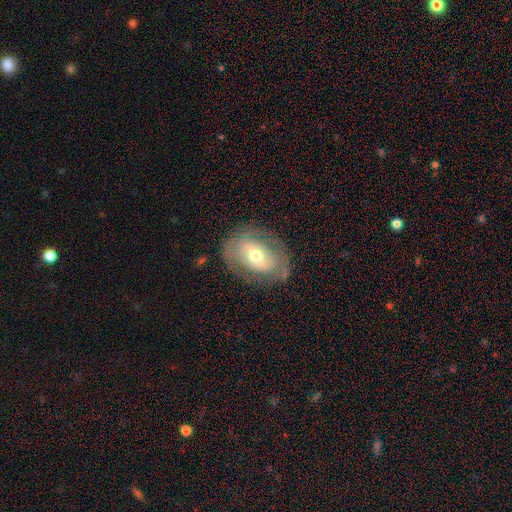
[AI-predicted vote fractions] Smooth or featured?
  - featured or disk: 63% *
  - smooth: 30%
  - star or artifact: 7%
Edge-on disk?
  - no: 93% *
  - yes: 7%
Bar?
  - no: 48% *
  - weak: 31%
  - strong: 21%
Spiral arms?
  - yes: 53% *
  - no: 47%
Bulge size?
  - moderate: 63% *
  - small: 28%
  - large: 7%
  - dominant: 1%
  - none: 1%
Merging?
  - none: 74% *
  - minor disturbance: 16%
  - major disturbance: 8%
  - merger: 1%